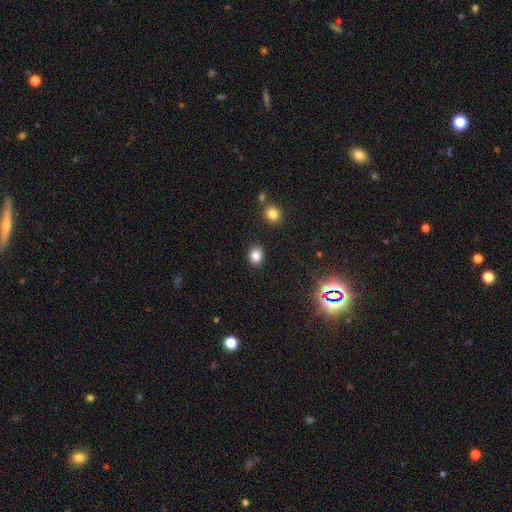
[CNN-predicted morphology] Q: Smooth or featured?
A: smooth (83%); runner-up: star or artifact (12%)
Q: How rounded?
A: round (66%); runner-up: in between (33%)
Q: Merging?
A: none (88%); runner-up: minor disturbance (7%)